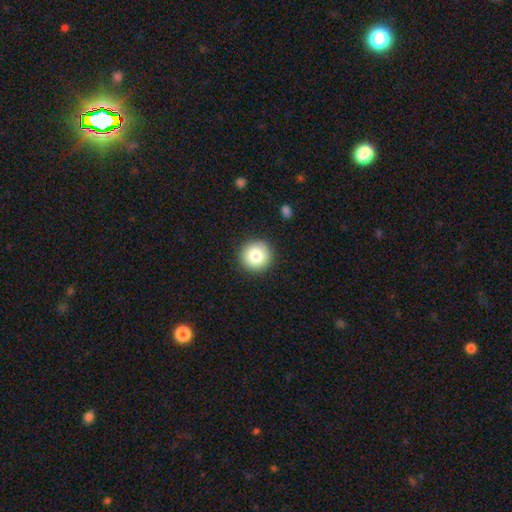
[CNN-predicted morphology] Smooth or featured: smooth — 82% (featured or disk — 9%)
How rounded: round — 95% (in between — 4%)
Merging: none — 91% (minor disturbance — 6%)